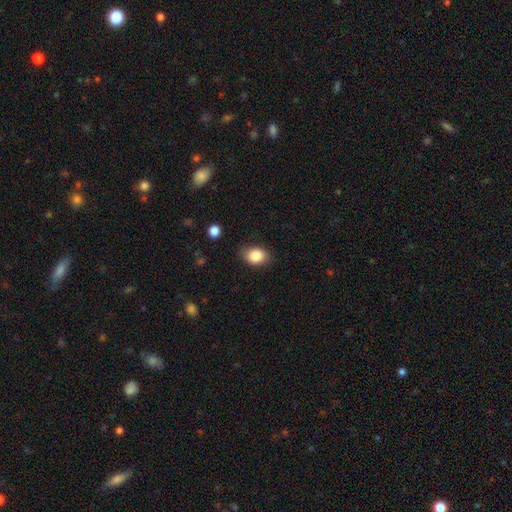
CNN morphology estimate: Smooth or featured? smooth (85%)
How rounded? in between (69%)
Merging? none (79%)